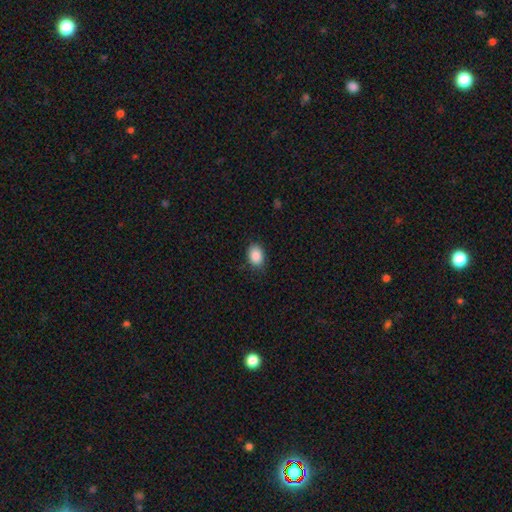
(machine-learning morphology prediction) Q: Smooth or featured?
A: smooth (89%); runner-up: star or artifact (8%)
Q: How rounded?
A: in between (76%); runner-up: round (23%)
Q: Merging?
A: none (84%); runner-up: minor disturbance (13%)